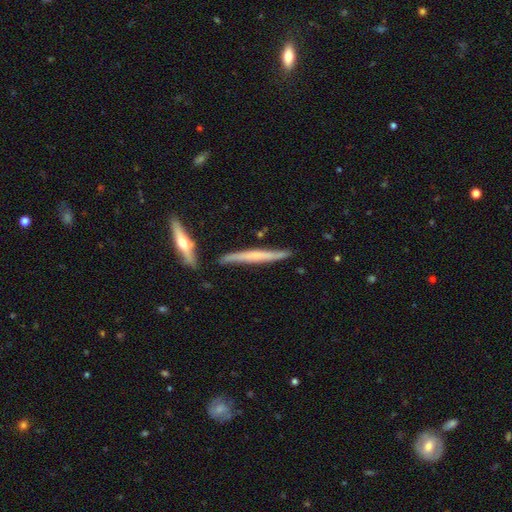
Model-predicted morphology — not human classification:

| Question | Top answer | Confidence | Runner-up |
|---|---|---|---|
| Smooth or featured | featured or disk | 57% | smooth (37%) |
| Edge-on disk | yes | 94% | no (6%) |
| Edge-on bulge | none | 53% | rounded (36%) |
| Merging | none | 78% | minor disturbance (15%) |